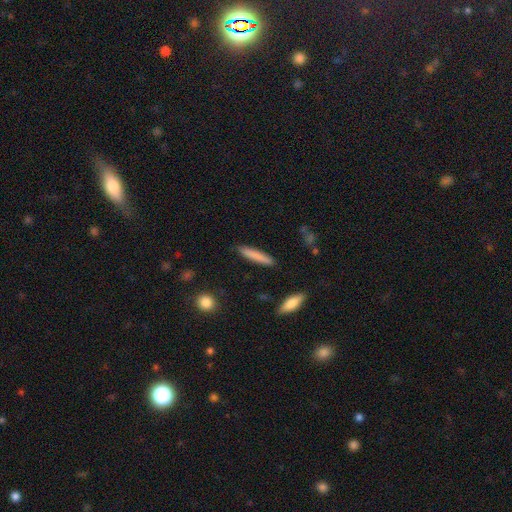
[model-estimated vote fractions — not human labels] smooth 81%, featured or disk 13%, star or artifact 6%. Down the decision tree: how rounded — cigar-shaped (90%); merging — none (89%).